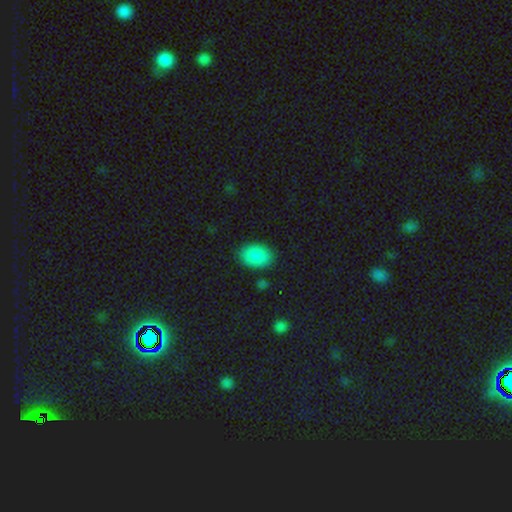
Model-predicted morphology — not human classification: This appears to be a smooth galaxy with no disk features (88%) that is in between round and cigar-shaped (82%). Merging: none (86%).